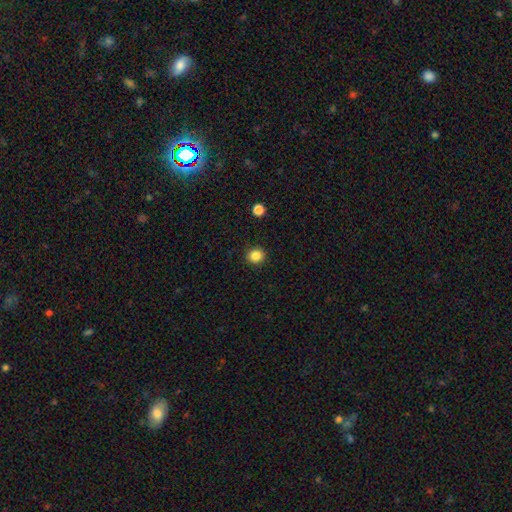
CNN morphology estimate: This appears to be a smooth galaxy with no disk features (85%) that is round (88%). Merging: none (92%).